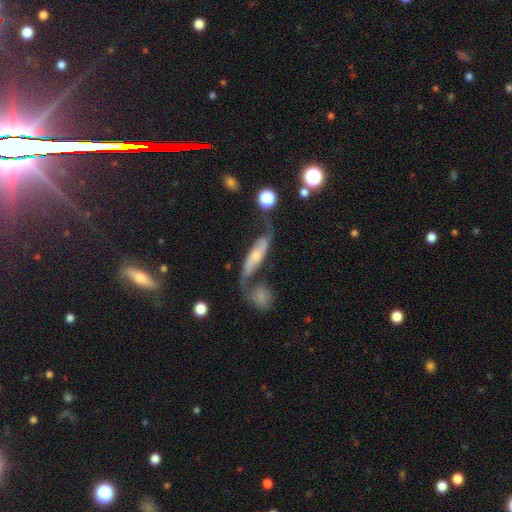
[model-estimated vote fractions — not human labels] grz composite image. It shows a featured or disk galaxy (74%) with no bar (53%), 2 (89%) loose (67%) spiral arms (90%) and a small central bulge (51%). Merging: none (46%).